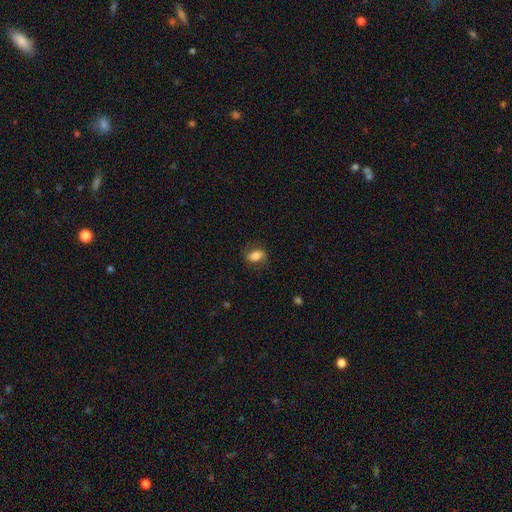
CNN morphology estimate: This is likely a smooth galaxy (72%). How rounded: clearly in between (82%). Merging: likely none (75%).